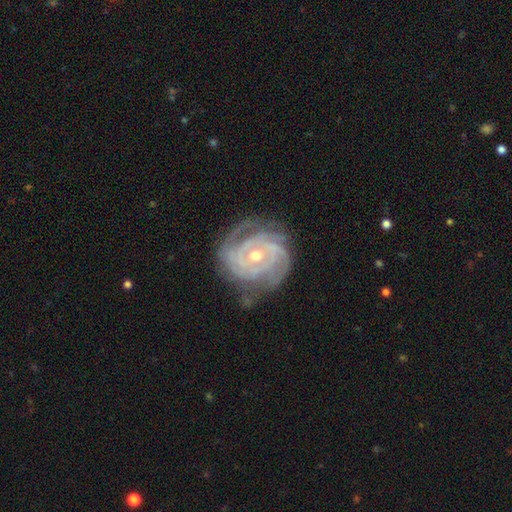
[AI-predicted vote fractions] Smooth or featured? featured or disk (90%)
Edge-on disk? no (97%)
Bar? no (65%)
Spiral arms? yes (97%)
Spiral winding? tight (79%)
Spiral arm count? 3 (29%)
Bulge size? moderate (57%)
Merging? none (73%)